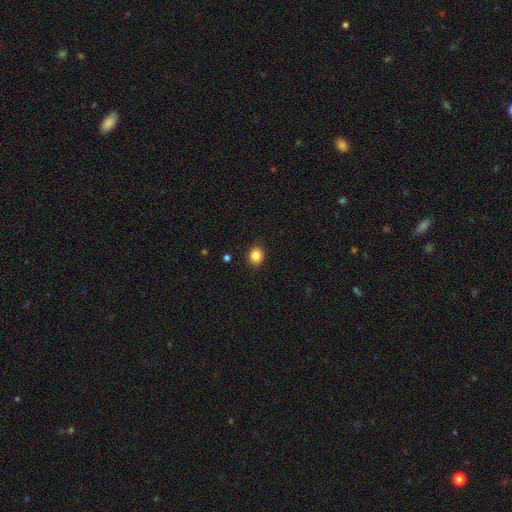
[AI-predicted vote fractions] Smooth or featured?
  - smooth: 85% *
  - star or artifact: 10%
  - featured or disk: 5%
How rounded?
  - round: 62% *
  - in between: 37%
  - cigar-shaped: 1%
Merging?
  - none: 88% *
  - minor disturbance: 9%
  - major disturbance: 2%
  - merger: 1%